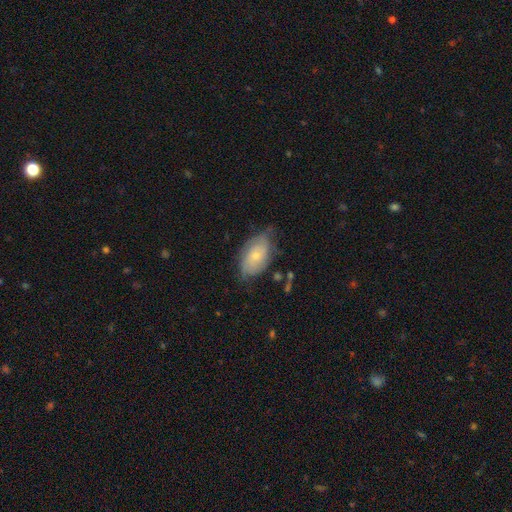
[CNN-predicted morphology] Smooth or featured? Predicted: featured or disk (p=0.47). Merging? Predicted: none (p=0.56).